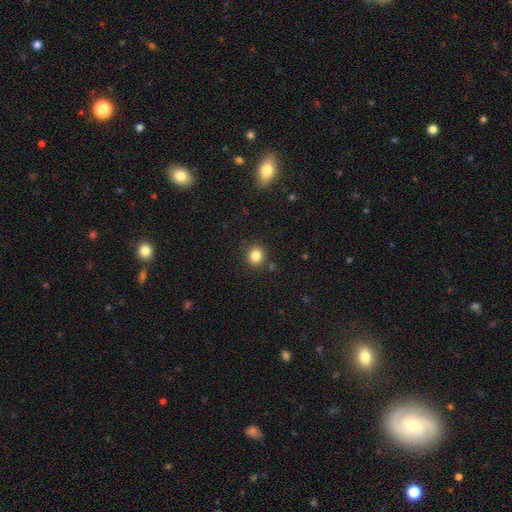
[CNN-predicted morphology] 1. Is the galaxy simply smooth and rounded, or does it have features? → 84% smooth, 12% star or artifact, 5% featured or disk.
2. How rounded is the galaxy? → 83% round, 16% in between, 1% cigar-shaped.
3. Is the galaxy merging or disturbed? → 85% none, 9% minor disturbance, 3% merger, 3% major disturbance.